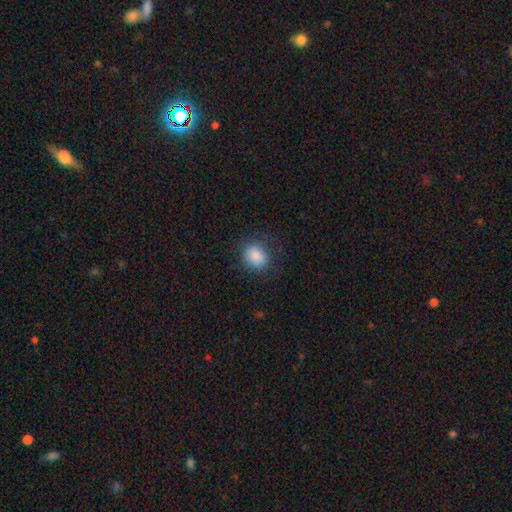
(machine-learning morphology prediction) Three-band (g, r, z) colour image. It shows a smooth galaxy with no disk features (87%) that is round (57%). Merging: none (78%).